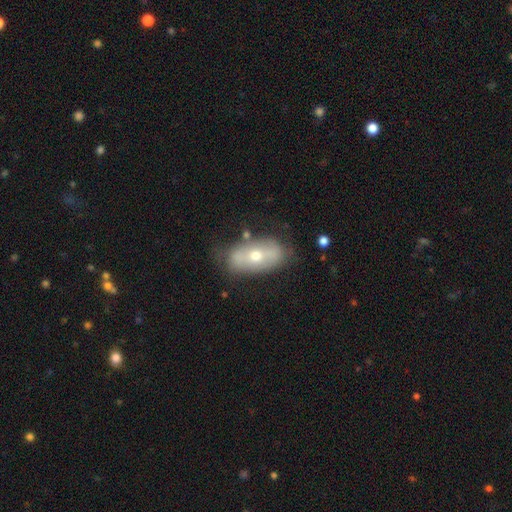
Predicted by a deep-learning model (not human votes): This appears to be a featured or disk galaxy (51%). Merging: none (69%).